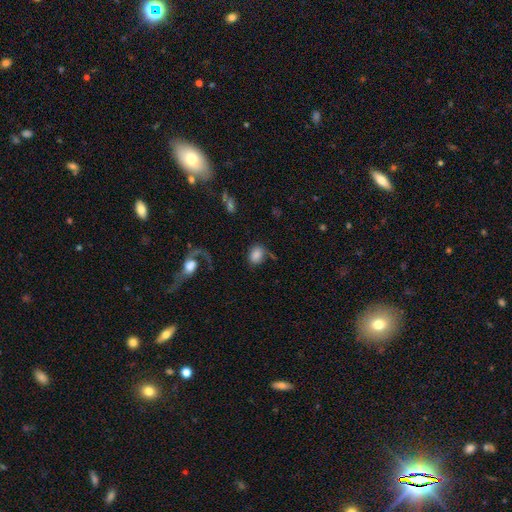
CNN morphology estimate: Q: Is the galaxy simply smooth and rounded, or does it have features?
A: smooth — 79%.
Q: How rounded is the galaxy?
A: in between — 64%.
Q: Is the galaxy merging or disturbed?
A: none — 63%.